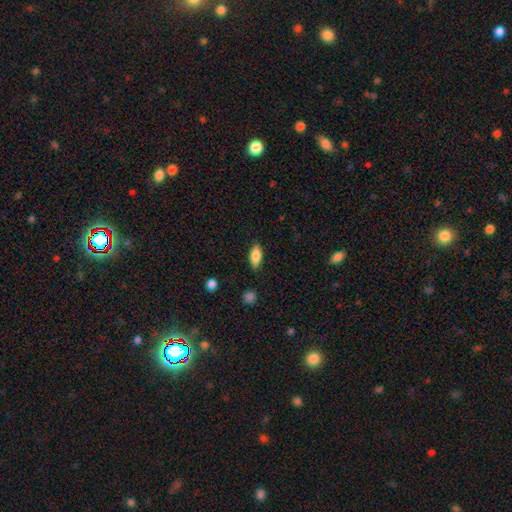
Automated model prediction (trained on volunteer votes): Smooth or featured?
  - smooth: 83% *
  - featured or disk: 10%
  - star or artifact: 7%
How rounded?
  - in between: 85% *
  - cigar-shaped: 12%
  - round: 3%
Merging?
  - none: 85% *
  - minor disturbance: 11%
  - major disturbance: 3%
  - merger: 1%